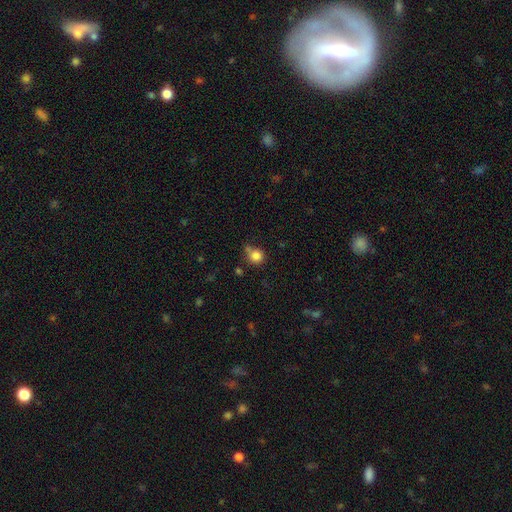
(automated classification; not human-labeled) Smooth or featured? Predicted: smooth (p=0.83). How rounded? Predicted: round (p=0.89). Merging? Predicted: none (p=0.60).